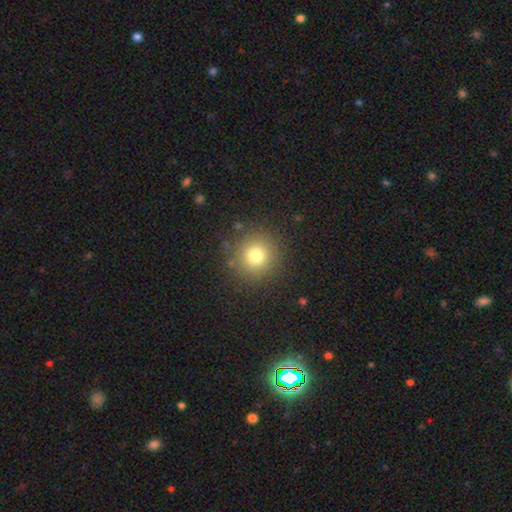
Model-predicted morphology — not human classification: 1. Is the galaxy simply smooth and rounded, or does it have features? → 76% smooth, 15% star or artifact, 9% featured or disk.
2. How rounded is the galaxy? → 93% round, 6% in between, 1% cigar-shaped.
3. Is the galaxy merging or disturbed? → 88% none, 7% minor disturbance, 3% major disturbance, 1% merger.